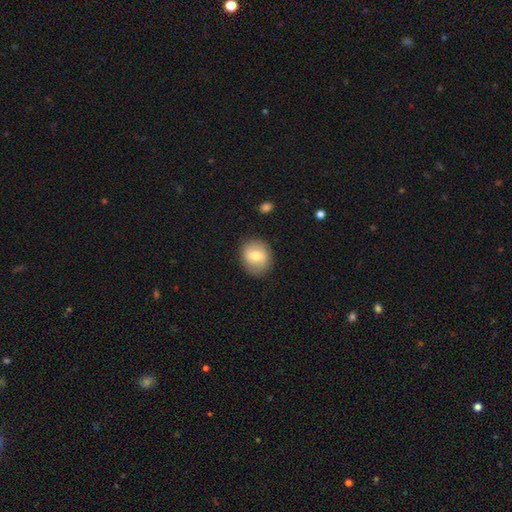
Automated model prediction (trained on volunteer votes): A smooth galaxy with no disk features (67%) that is round (70%).

Vote fractions:
- Smooth or featured? smooth: 67% / featured or disk: 25% / star or artifact: 8%
- How rounded? round: 70% / in between: 29% / cigar-shaped: 1%
- Merging? none: 85% / minor disturbance: 11% / major disturbance: 3% / merger: 1%